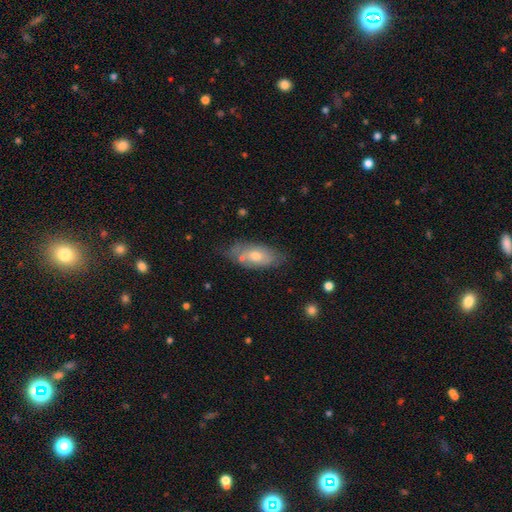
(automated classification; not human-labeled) Morphology: type=smooth (52%); roundness=in between (85%); merging=none (64%).